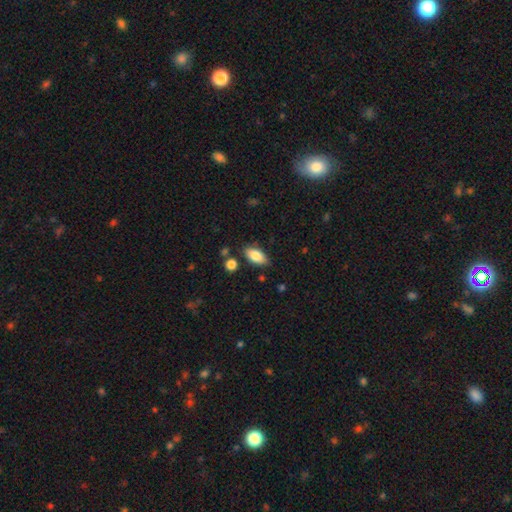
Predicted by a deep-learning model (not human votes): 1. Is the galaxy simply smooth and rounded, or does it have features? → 83% smooth, 10% featured or disk, 7% star or artifact.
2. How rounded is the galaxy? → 90% in between, 7% cigar-shaped, 3% round.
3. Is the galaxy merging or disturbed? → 82% none, 12% minor disturbance, 3% merger, 3% major disturbance.